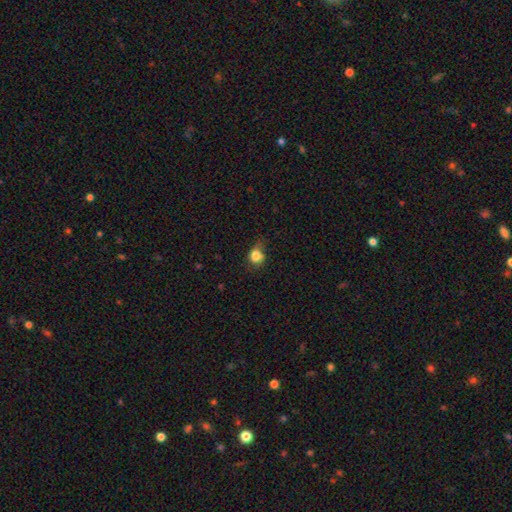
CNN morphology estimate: smooth 80%, star or artifact 11%, featured or disk 10%. Down the decision tree: how rounded — round (64%); merging — none (39%).